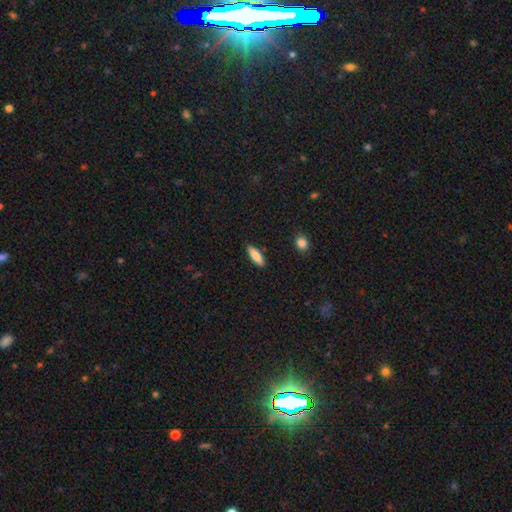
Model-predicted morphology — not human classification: The model was most divided on "how rounded": cigar-shaped: 50%, in between: 48%, round: 2%. More confident: merging — none (89%); smooth or featured — smooth (82%).